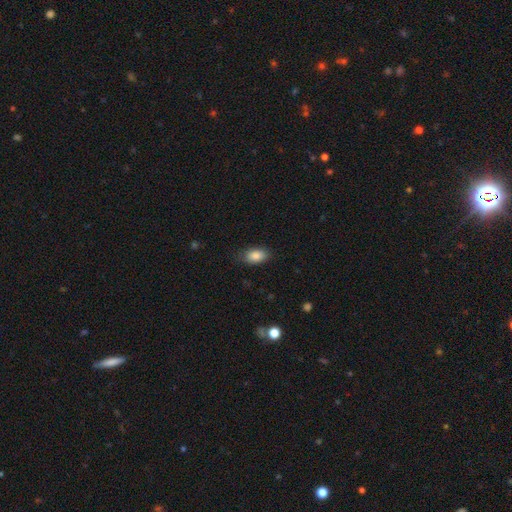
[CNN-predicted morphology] smooth 86%, star or artifact 8%, featured or disk 6%. Down the decision tree: how rounded — in between (90%); merging — none (79%).